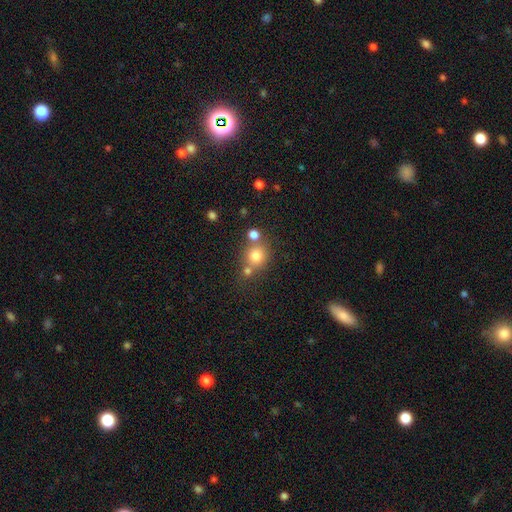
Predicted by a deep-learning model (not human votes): This appears to be a smooth galaxy with no disk features (77%) that is round (84%). Merging: none (60%).